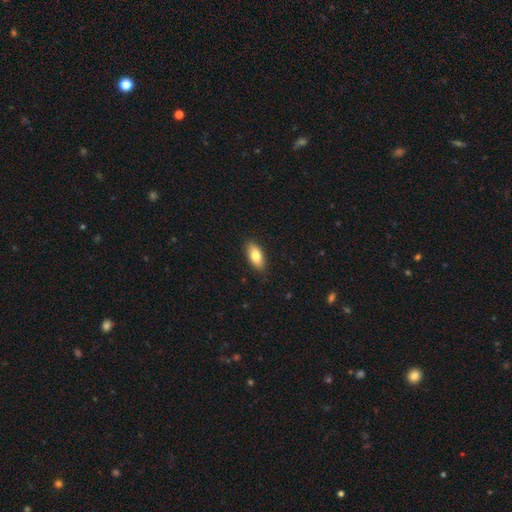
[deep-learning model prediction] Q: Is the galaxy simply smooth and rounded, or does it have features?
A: smooth — 78%.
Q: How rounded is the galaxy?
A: in between — 87%.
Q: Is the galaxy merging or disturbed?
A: none — 88%.